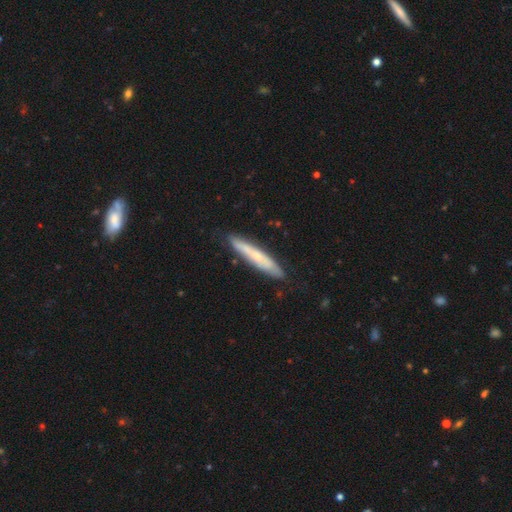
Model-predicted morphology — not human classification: Smooth or featured? smooth (48%)
Merging? none (85%)